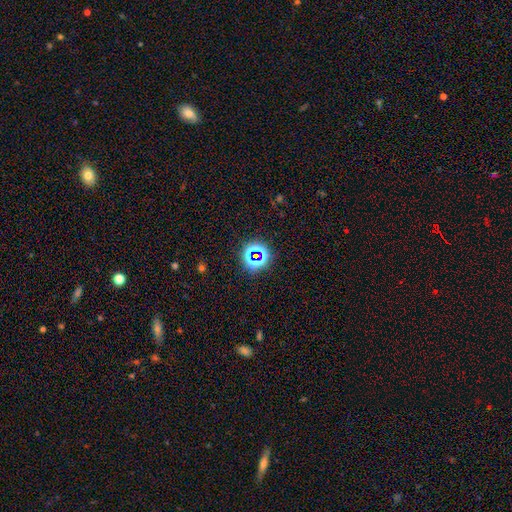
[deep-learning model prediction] Q: Smooth or featured?
A: star or artifact (69%); runner-up: smooth (21%)